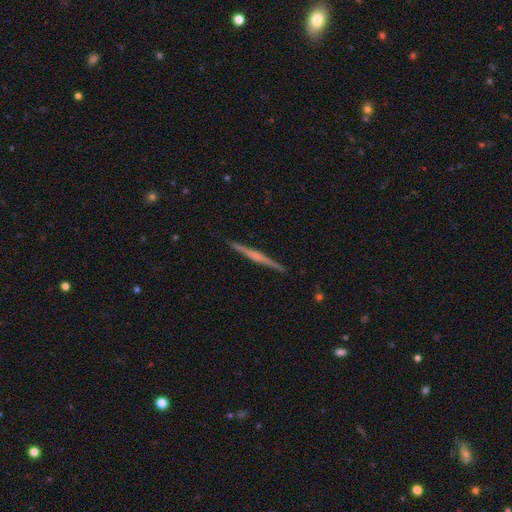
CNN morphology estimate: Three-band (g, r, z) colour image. It shows a featured or disk galaxy (72%) viewed edge-on (98%) with no central bulge (46%). Merging: none (92%).